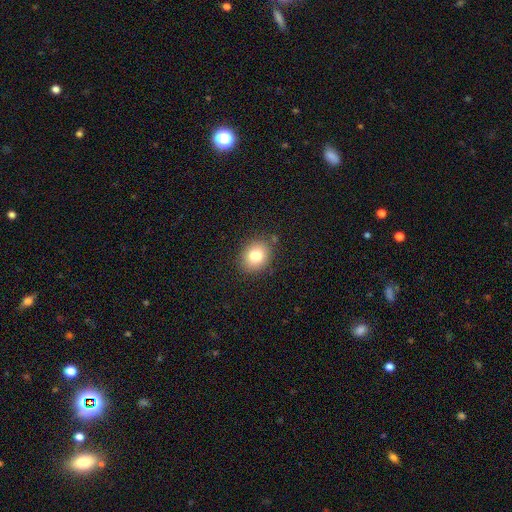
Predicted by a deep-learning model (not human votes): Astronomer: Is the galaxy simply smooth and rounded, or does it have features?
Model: smooth — 79%.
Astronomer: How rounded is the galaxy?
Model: round — 58% (runner-up: in between, 42%).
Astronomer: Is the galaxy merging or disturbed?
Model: none — 85%.